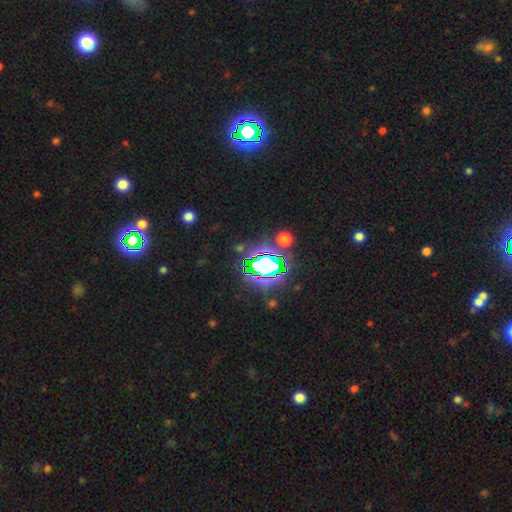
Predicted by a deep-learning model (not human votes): A star or artifact, not a galaxy (82%).